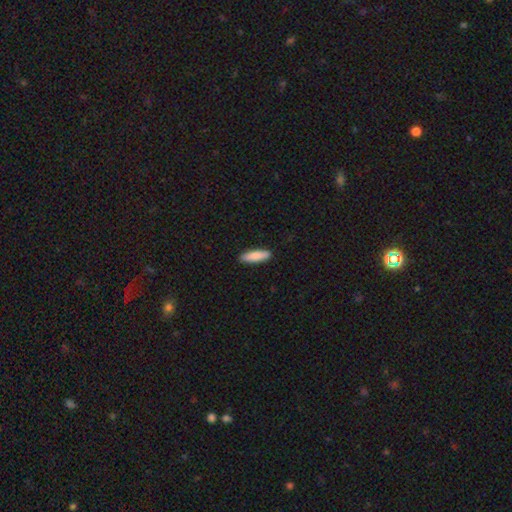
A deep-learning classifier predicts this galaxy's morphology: Smooth or featured? smooth (86%)
How rounded? cigar-shaped (61%)
Merging? none (90%)